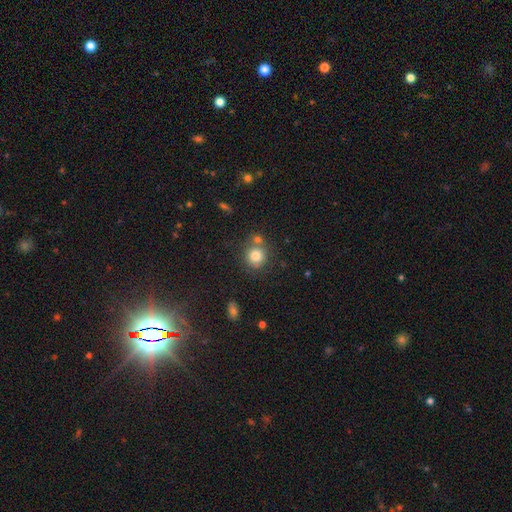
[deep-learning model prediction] Smooth or featured: smooth — 81% (star or artifact — 11%)
How rounded: round — 88% (in between — 11%)
Merging: none — 66% (merger — 20%)